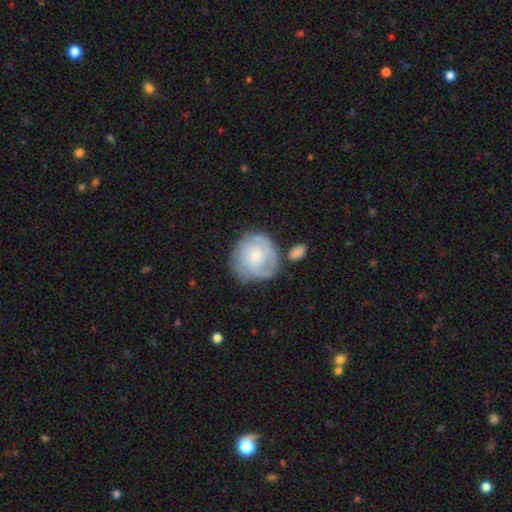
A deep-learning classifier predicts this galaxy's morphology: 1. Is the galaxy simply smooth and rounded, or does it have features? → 64% featured or disk, 30% smooth, 6% star or artifact.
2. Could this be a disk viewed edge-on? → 98% no, 2% yes.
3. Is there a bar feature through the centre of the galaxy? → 75% no, 22% weak, 3% strong.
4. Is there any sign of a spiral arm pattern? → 87% yes, 13% no.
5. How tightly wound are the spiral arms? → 61% tight, 30% medium, 9% loose.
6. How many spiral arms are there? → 37% can't tell, 23% 3, 22% 2, 8% 4, 5% 1, 4% more than 4.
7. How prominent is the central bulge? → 63% small, 32% moderate, 2% none, 2% large, 1% dominant.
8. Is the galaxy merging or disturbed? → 63% none, 20% minor disturbance, 8% merger, 8% major disturbance.